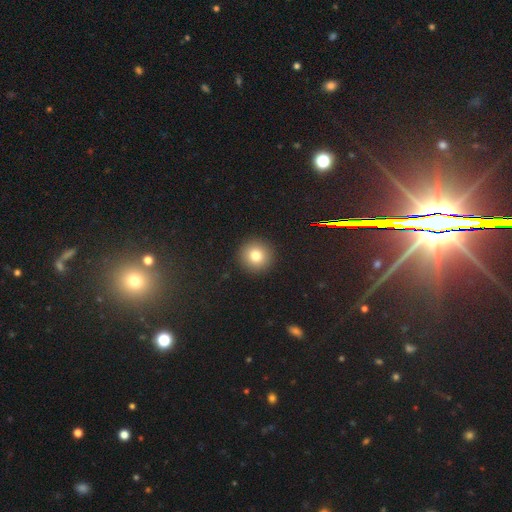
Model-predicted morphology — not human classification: Q: Smooth or featured?
A: smooth (80%); runner-up: star or artifact (12%)
Q: How rounded?
A: round (95%); runner-up: in between (4%)
Q: Merging?
A: none (93%); runner-up: minor disturbance (4%)